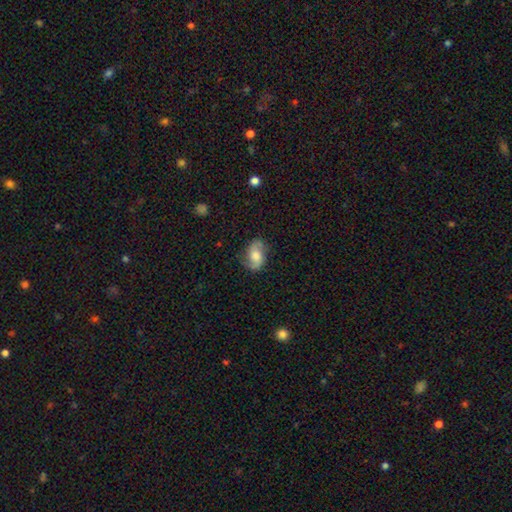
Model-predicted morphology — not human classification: Q: Smooth or featured?
A: featured or disk (55%); runner-up: smooth (37%)
Q: Edge-on disk?
A: no (97%); runner-up: yes (3%)
Q: Bar?
A: no (57%); runner-up: weak (35%)
Q: Spiral arms?
A: yes (90%); runner-up: no (10%)
Q: Bulge size?
A: moderate (36%); runner-up: large (35%)
Q: Merging?
A: none (70%); runner-up: minor disturbance (21%)